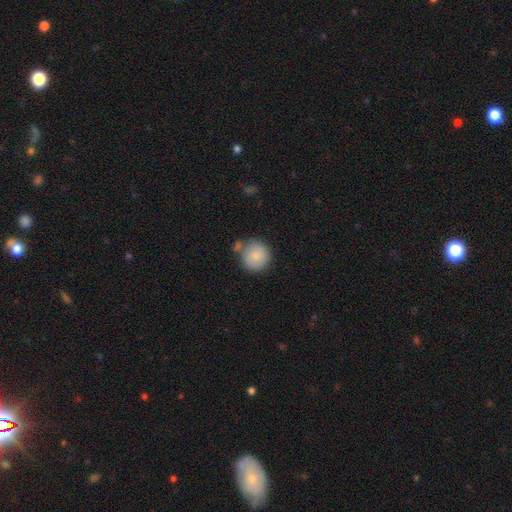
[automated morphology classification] smooth_or_featured: smooth (p=0.85) [alt: featured or disk p=0.08]
how_rounded: round (p=0.92) [alt: in between p=0.07]
merging: none (p=0.66) [alt: merger p=0.16]